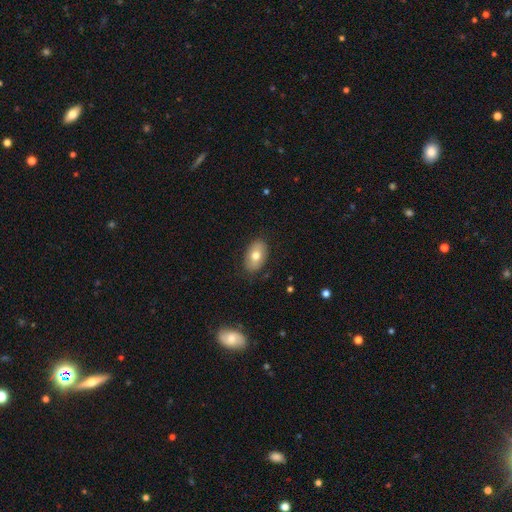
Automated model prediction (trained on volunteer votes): Smooth or featured? smooth (71%)
How rounded? in between (90%)
Merging? none (84%)